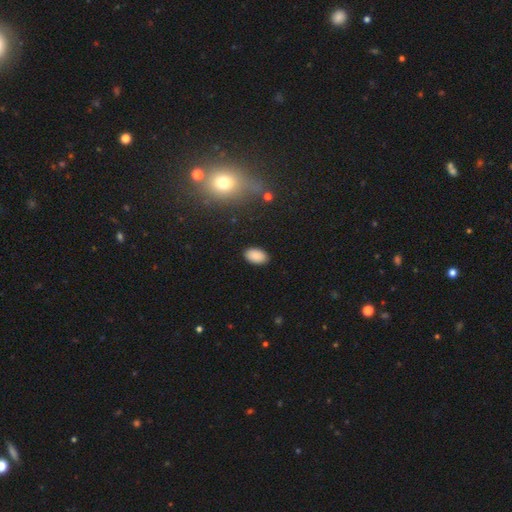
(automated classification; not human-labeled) The model was most divided on "smooth or featured": smooth: 87%, star or artifact: 9%, featured or disk: 4%. More confident: how rounded — in between (92%); merging — none (89%).